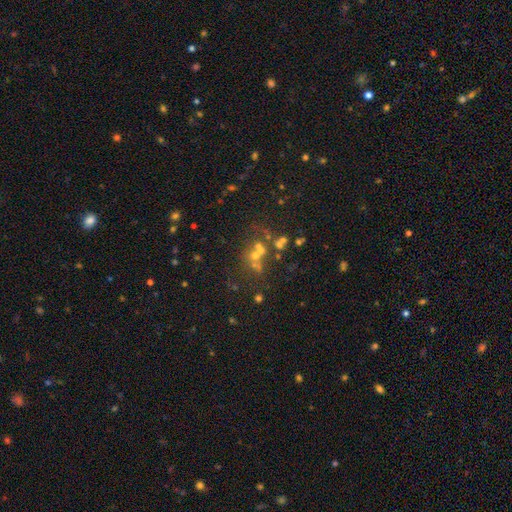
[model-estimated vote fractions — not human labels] Smooth or featured? star or artifact (40%)